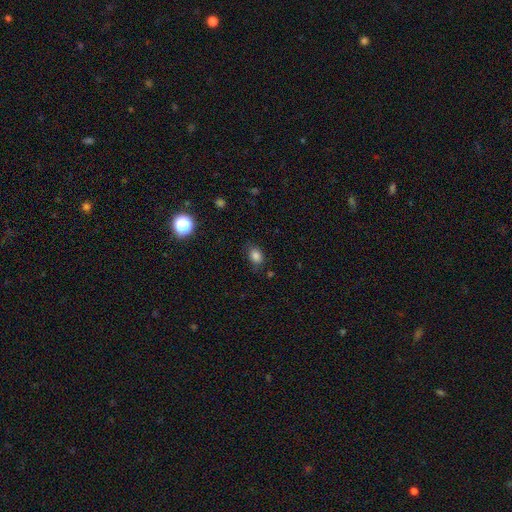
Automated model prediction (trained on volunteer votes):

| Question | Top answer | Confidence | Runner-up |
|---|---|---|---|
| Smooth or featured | smooth | 83% | star or artifact (12%) |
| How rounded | in between | 68% | round (31%) |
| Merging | none | 77% | minor disturbance (17%) |